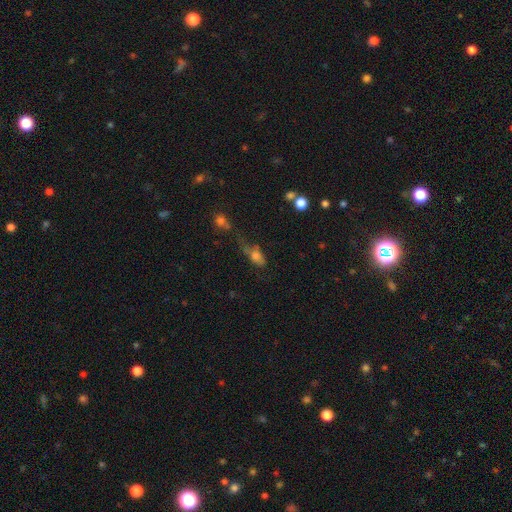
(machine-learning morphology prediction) A smooth galaxy with no disk features (68%) that is in between round and cigar-shaped (78%). Merging: major disturbance (27%).